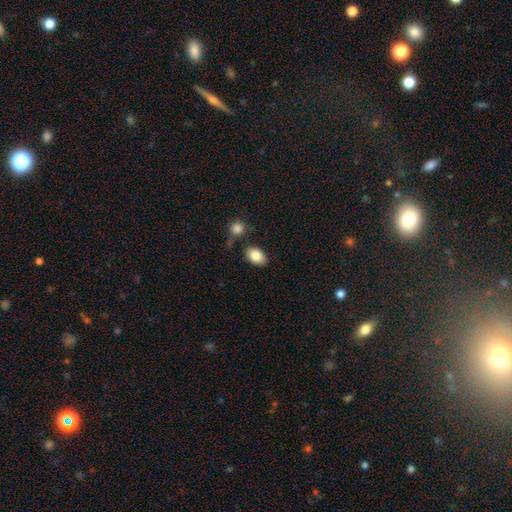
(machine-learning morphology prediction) This appears to be a smooth galaxy with no disk features (85%) that is in between round and cigar-shaped (82%). Merging: none (77%).